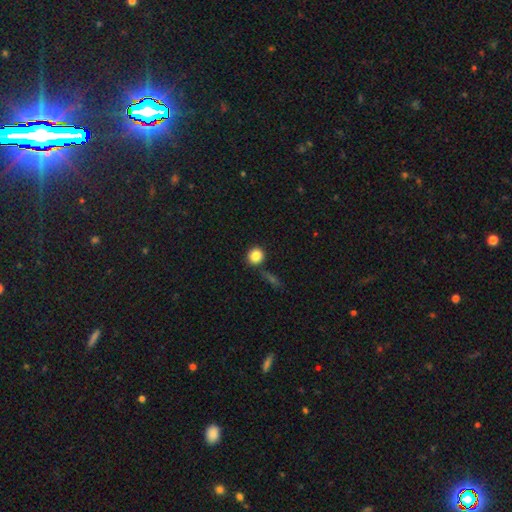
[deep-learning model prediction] A smooth galaxy with no disk features (85%) that is round (89%).

Vote fractions:
- Smooth or featured? smooth: 85% / star or artifact: 10% / featured or disk: 5%
- How rounded? round: 89% / in between: 10% / cigar-shaped: 1%
- Merging? none: 81% / minor disturbance: 10% / merger: 7% / major disturbance: 3%